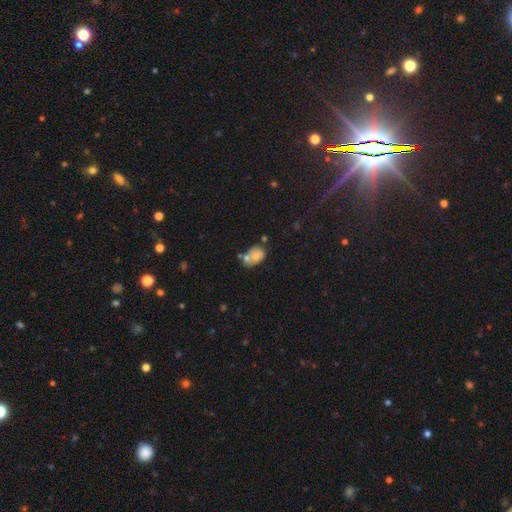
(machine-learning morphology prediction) This appears to be a smooth galaxy with no disk features (60%) that is in between round and cigar-shaped (71%). Merging: none (38%).